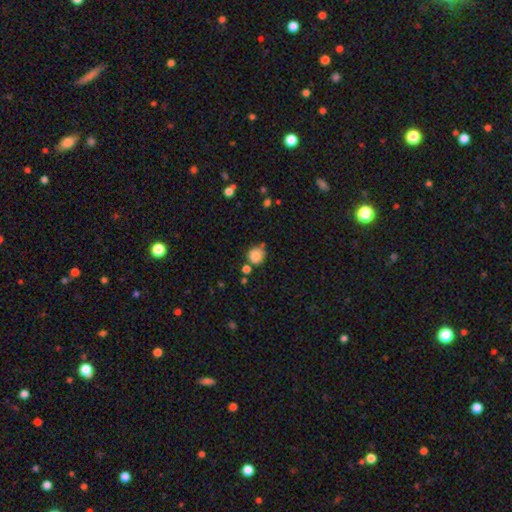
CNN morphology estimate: This appears to be a smooth galaxy with no disk features (84%) that is round (90%). Merging: none (72%).